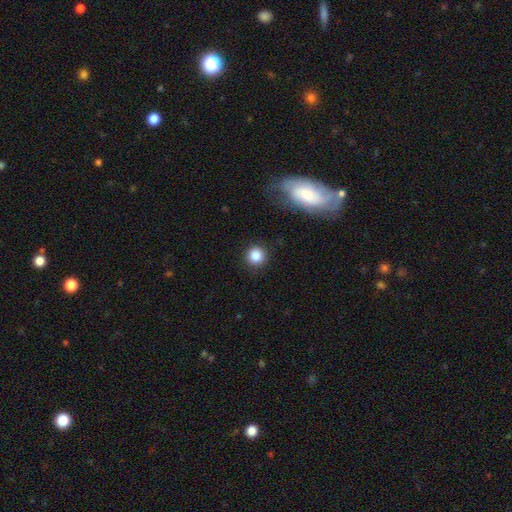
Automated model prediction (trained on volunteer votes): This is clearly a smooth galaxy (85%). How rounded: clearly round (92%). Merging: clearly none (88%).